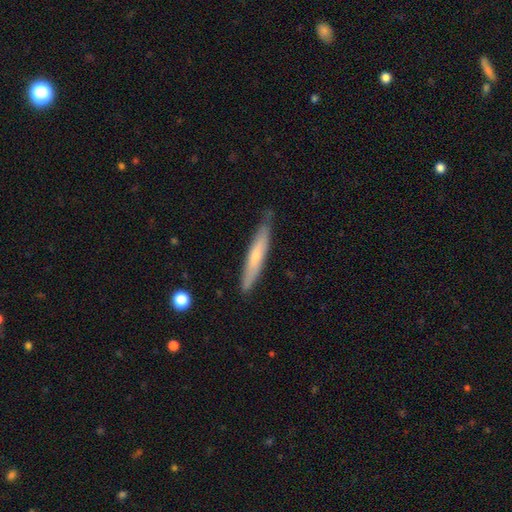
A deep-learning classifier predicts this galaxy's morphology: Smooth or featured?
  - smooth: 52% *
  - featured or disk: 42%
  - star or artifact: 6%
How rounded?
  - cigar-shaped: 92% *
  - in between: 6%
  - round: 1%
Merging?
  - none: 80% *
  - minor disturbance: 16%
  - major disturbance: 2%
  - merger: 2%